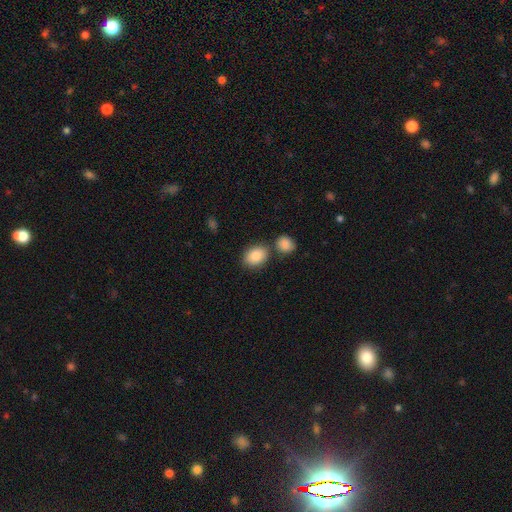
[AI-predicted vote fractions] This is clearly a smooth galaxy (87%). How rounded: likely in between (72%). Merging: likely none (67%).